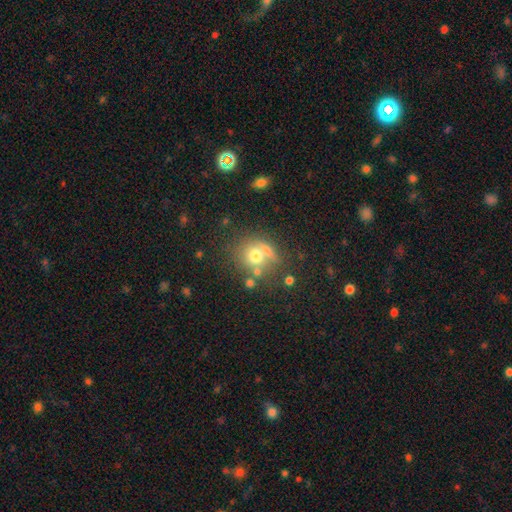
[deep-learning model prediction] A smooth galaxy with no disk features (67%) that is round (82%).

Vote fractions:
- Smooth or featured? smooth: 67% / featured or disk: 19% / star or artifact: 14%
- How rounded? round: 82% / in between: 17% / cigar-shaped: 1%
- Merging? none: 50% / merger: 25% / minor disturbance: 15% / major disturbance: 10%